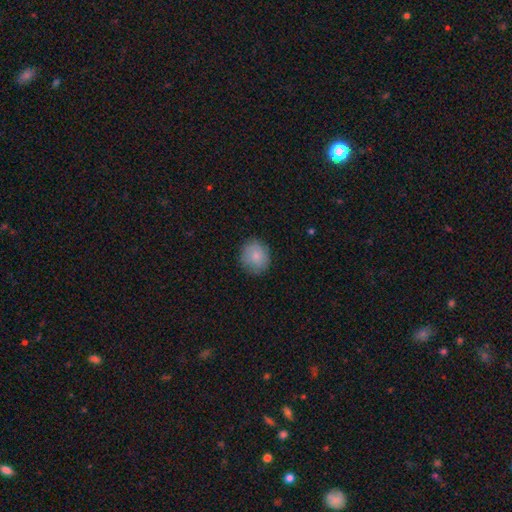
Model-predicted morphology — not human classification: type=smooth (84%); roundness=round (83%); merging=none (83%).